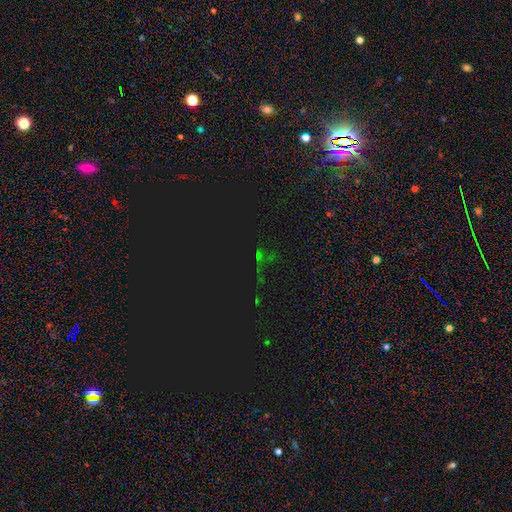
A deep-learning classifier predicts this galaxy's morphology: type=star or artifact (79%).